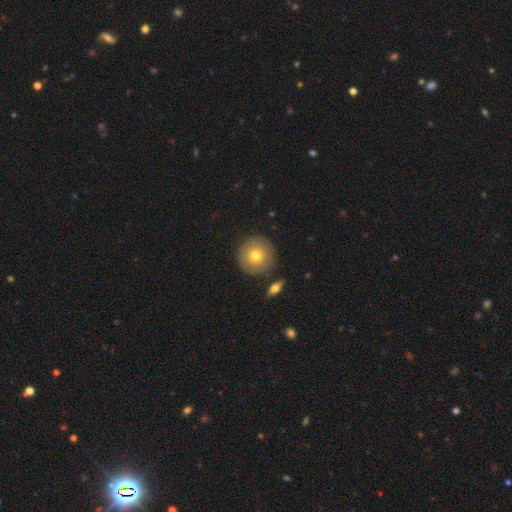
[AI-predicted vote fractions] A smooth galaxy with no disk features (74%) that is round (95%).

Vote fractions:
- Smooth or featured? smooth: 74% / featured or disk: 18% / star or artifact: 8%
- How rounded? round: 95% / in between: 4% / cigar-shaped: 1%
- Merging? none: 86% / minor disturbance: 8% / merger: 3% / major disturbance: 2%